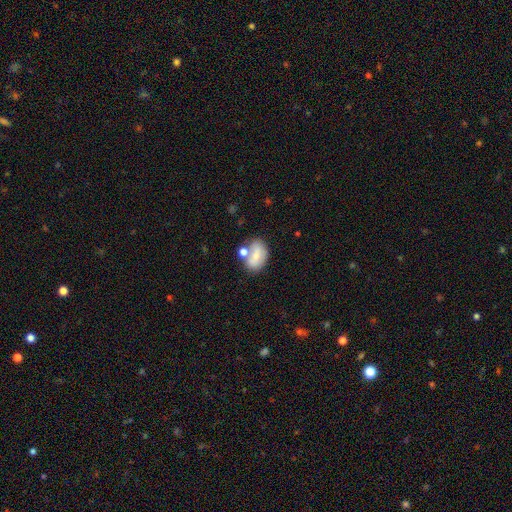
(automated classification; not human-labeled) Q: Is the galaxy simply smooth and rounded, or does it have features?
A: smooth — 66%.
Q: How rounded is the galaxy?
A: in between — 78%.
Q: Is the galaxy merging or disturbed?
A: none — 46%.